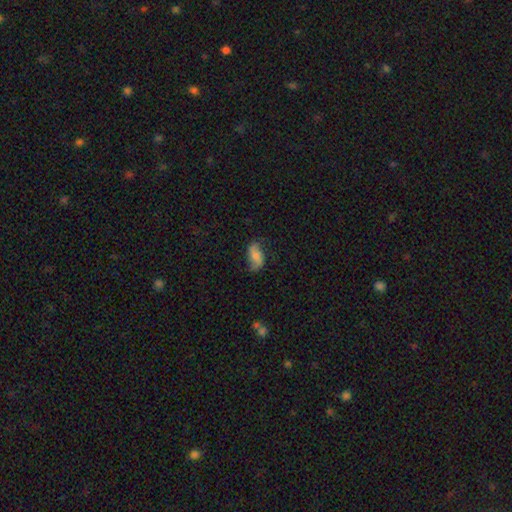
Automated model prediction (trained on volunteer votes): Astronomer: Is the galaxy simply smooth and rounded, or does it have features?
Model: smooth — 55% (runner-up: featured or disk, 37%).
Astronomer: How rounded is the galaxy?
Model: in between — 91%.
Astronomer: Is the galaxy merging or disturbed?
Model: none — 64%.